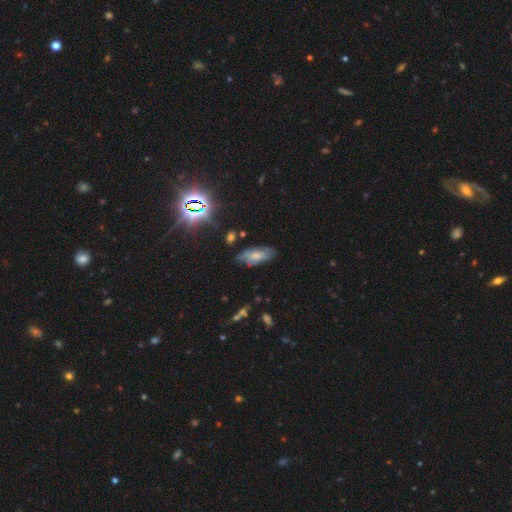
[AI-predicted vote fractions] A smooth galaxy with no disk features (50%). Merging: none (66%).